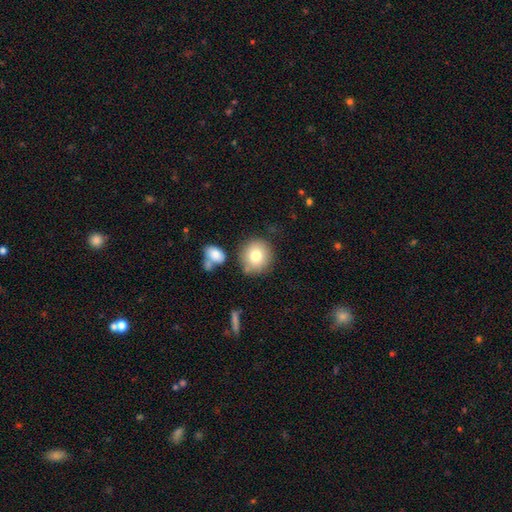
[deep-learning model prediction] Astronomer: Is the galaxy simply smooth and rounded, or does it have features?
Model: smooth — 78%.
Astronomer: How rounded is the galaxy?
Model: round — 89%.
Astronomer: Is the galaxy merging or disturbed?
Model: none — 77%.